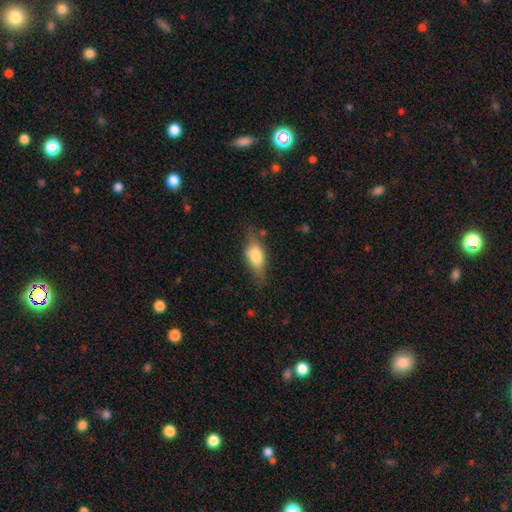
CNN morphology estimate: This appears to be a smooth galaxy with no disk features (65%) that is in between round and cigar-shaped (77%). Merging: none (62%).